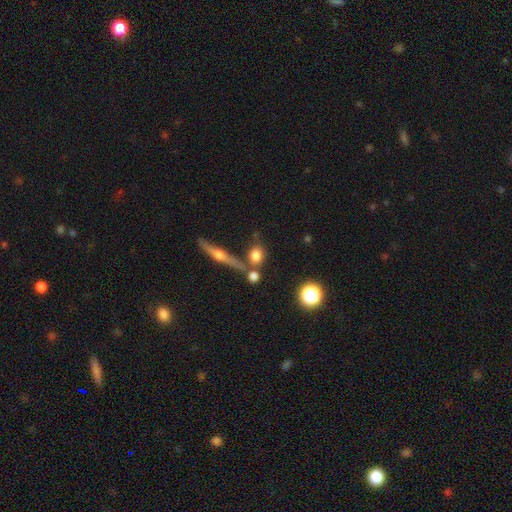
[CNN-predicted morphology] Overall: smooth (70%). How rounded: round (48%; in between 44%). Merging: none (62%; merger 22%).